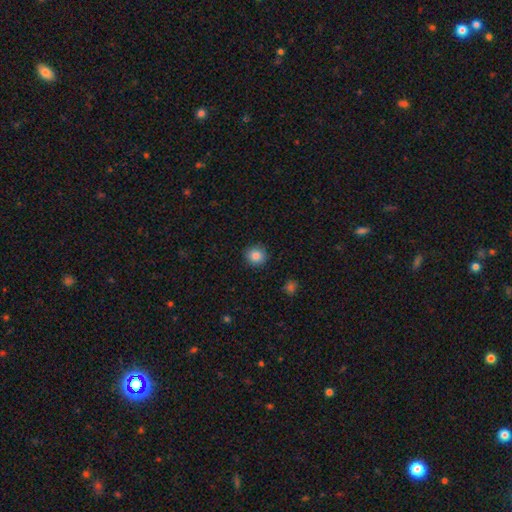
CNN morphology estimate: Overall: smooth (85%). How rounded: round (91%). Merging: none (91%).